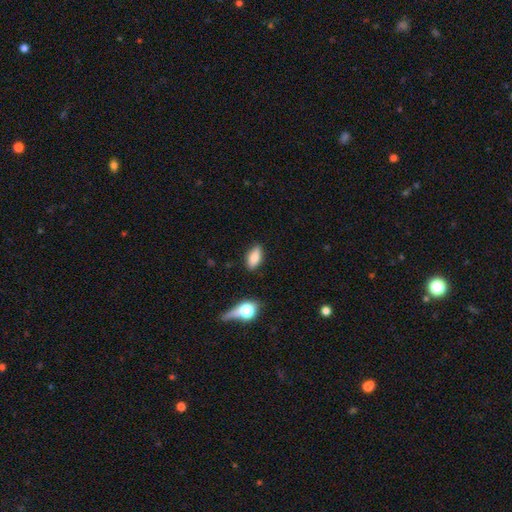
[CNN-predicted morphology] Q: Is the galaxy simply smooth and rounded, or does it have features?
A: smooth — 78%.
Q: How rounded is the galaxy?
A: in between — 84%.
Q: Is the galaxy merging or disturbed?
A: none — 84%.